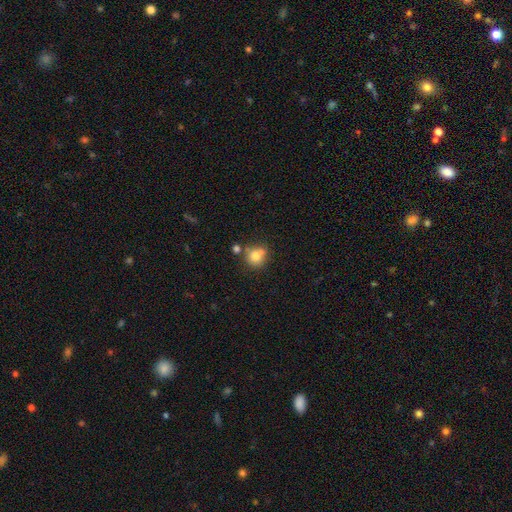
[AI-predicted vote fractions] smooth_or_featured: smooth (p=0.78) [alt: featured or disk p=0.11]
how_rounded: round (p=0.86) [alt: in between p=0.13]
merging: none (p=0.61) [alt: merger p=0.19]